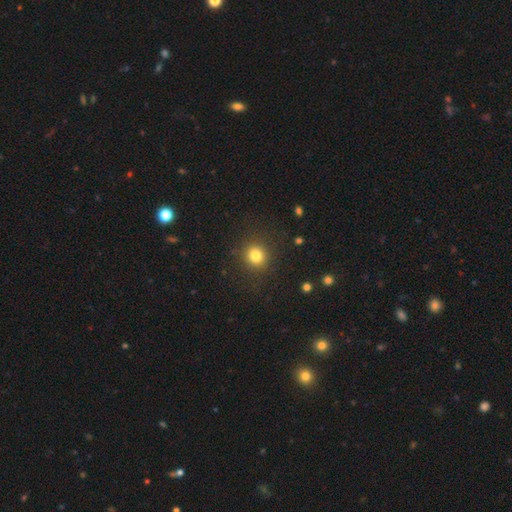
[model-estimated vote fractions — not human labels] smooth_or_featured: smooth (p=0.81) [alt: star or artifact p=0.13]
how_rounded: round (p=0.89) [alt: in between p=0.10]
merging: none (p=0.89) [alt: minor disturbance p=0.07]